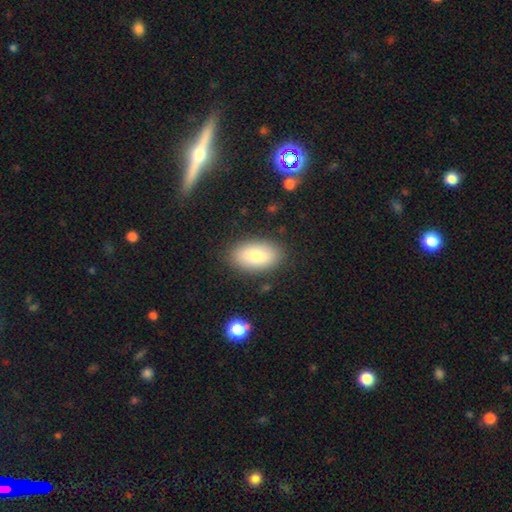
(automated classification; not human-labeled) A smooth galaxy with no disk features (82%) that is in between round and cigar-shaped (93%). Merging: none (85%).